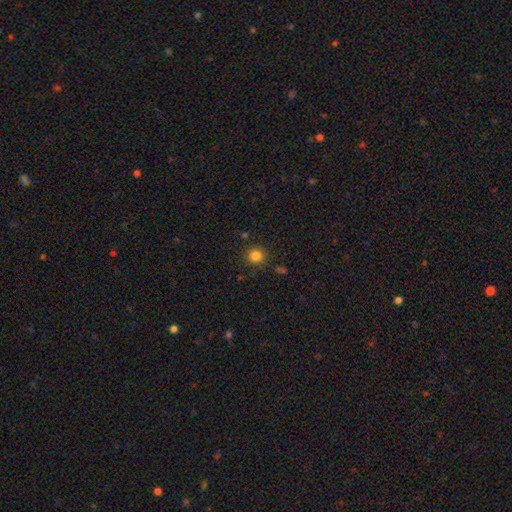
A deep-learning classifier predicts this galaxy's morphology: Smooth or featured?
  - smooth: 82% *
  - star or artifact: 13%
  - featured or disk: 5%
How rounded?
  - round: 92% *
  - in between: 7%
  - cigar-shaped: 1%
Merging?
  - none: 87% *
  - minor disturbance: 8%
  - major disturbance: 3%
  - merger: 2%